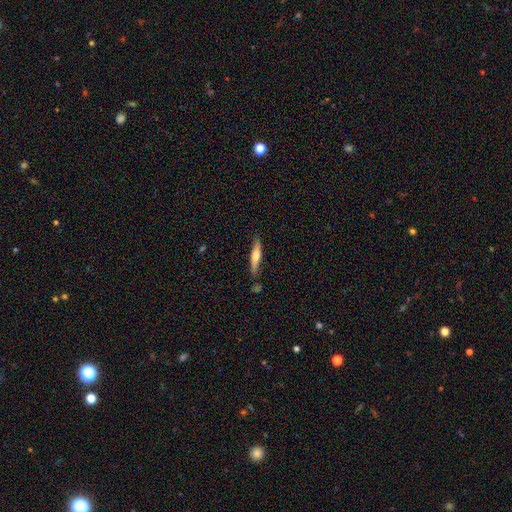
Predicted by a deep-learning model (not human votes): Morphology: type=smooth (48%); merging=none (82%).